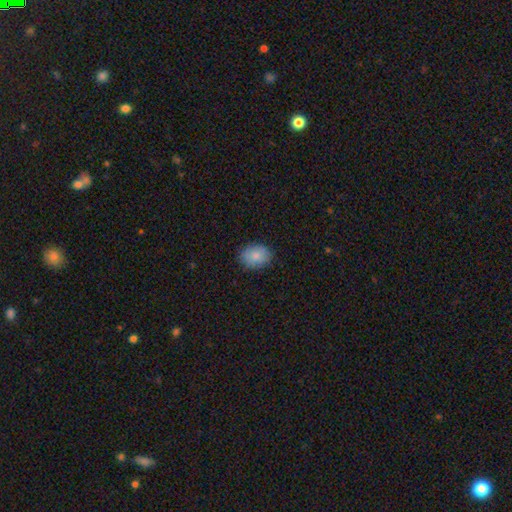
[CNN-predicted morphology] Smooth or featured?
  - smooth: 85% *
  - featured or disk: 8%
  - star or artifact: 7%
How rounded?
  - in between: 66% *
  - round: 33%
  - cigar-shaped: 1%
Merging?
  - none: 85% *
  - minor disturbance: 11%
  - major disturbance: 3%
  - merger: 1%